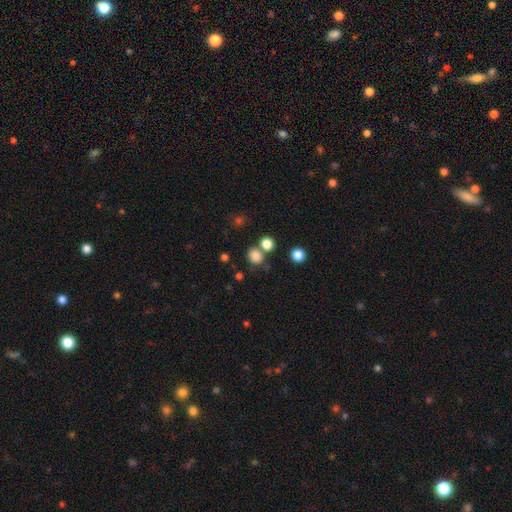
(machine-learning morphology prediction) Smooth or featured?
  - smooth: 81% *
  - star or artifact: 14%
  - featured or disk: 5%
How rounded?
  - round: 78% *
  - in between: 21%
  - cigar-shaped: 1%
Merging?
  - none: 68% *
  - merger: 18%
  - minor disturbance: 10%
  - major disturbance: 4%